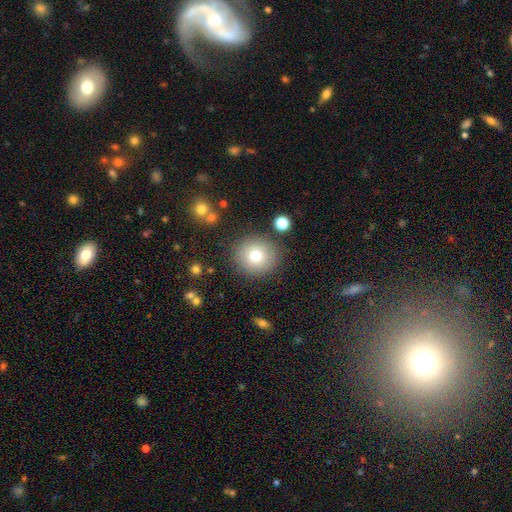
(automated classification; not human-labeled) This appears to be a smooth galaxy with no disk features (74%) that is round (91%). Merging: none (86%).